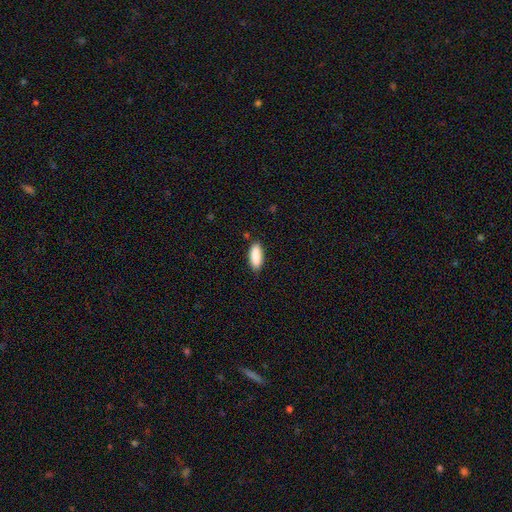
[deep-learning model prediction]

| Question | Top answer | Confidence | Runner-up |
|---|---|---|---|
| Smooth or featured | smooth | 89% | star or artifact (6%) |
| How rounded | in between | 75% | cigar-shaped (24%) |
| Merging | none | 86% | minor disturbance (11%) |